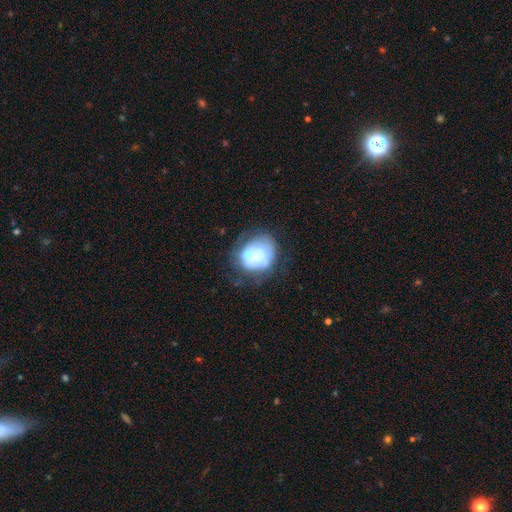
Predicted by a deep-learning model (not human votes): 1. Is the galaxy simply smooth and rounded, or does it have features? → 52% smooth, 38% featured or disk, 10% star or artifact.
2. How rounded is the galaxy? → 64% round, 35% in between, 1% cigar-shaped.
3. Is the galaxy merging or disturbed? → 49% none, 28% minor disturbance, 20% major disturbance, 4% merger.